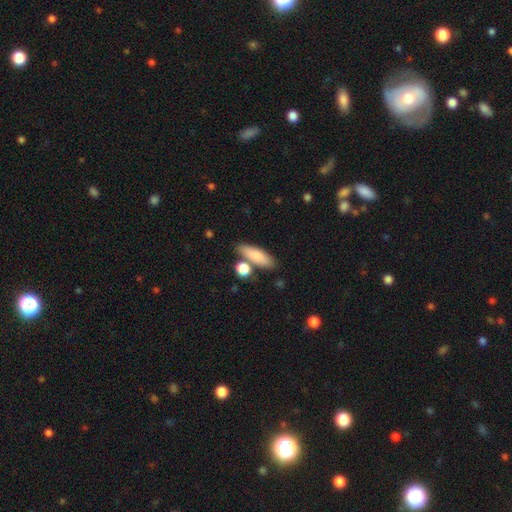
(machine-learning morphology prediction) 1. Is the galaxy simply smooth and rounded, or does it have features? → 82% smooth, 12% featured or disk, 6% star or artifact.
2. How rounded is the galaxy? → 52% in between, 44% cigar-shaped, 4% round.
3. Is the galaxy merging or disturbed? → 71% none, 14% merger, 11% minor disturbance, 4% major disturbance.